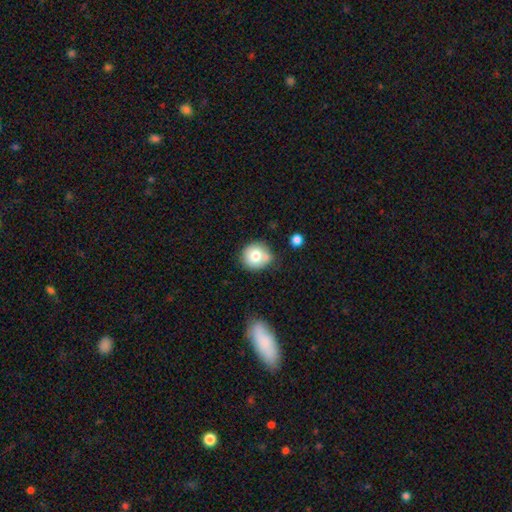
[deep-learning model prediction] smooth-or-featured: smooth: 76% | featured or disk: 14% | star or artifact: 10%
  how-rounded: round: 87% | in between: 12% | cigar-shaped: 1%
  merging: none: 66% | minor disturbance: 21% | merger: 9% | major disturbance: 5%